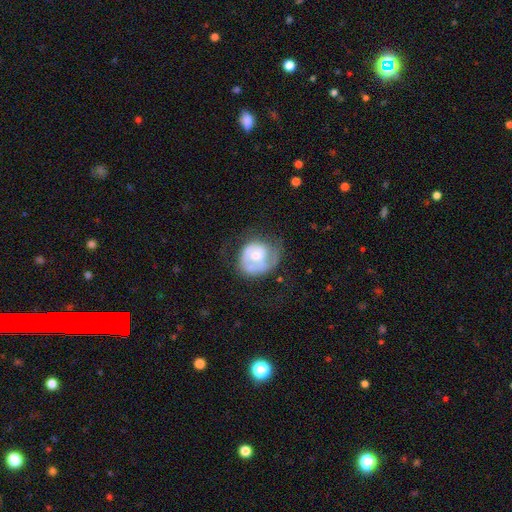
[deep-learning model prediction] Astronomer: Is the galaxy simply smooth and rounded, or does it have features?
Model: featured or disk — 55% (runner-up: smooth, 38%).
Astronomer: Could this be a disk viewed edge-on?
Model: no — 98%.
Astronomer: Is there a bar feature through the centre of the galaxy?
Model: no — 80%.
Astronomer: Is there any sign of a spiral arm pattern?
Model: yes — 57% (runner-up: no, 43%).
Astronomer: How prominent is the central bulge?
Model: moderate — 53% (runner-up: small, 35%).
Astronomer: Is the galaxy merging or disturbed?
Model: none — 39% (runner-up: minor disturbance, 29%).